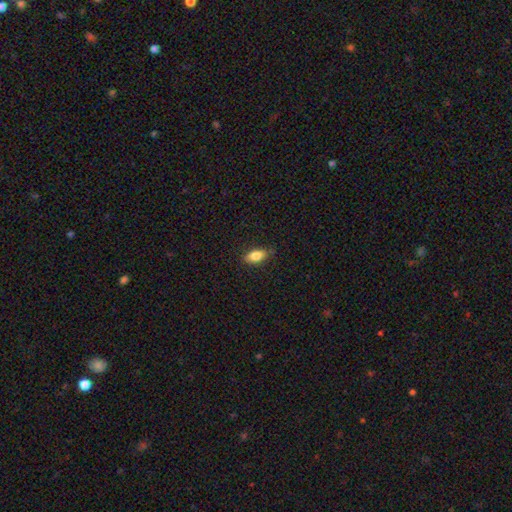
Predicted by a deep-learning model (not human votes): Q: Smooth or featured?
A: smooth (83%); runner-up: featured or disk (10%)
Q: How rounded?
A: in between (87%); runner-up: cigar-shaped (9%)
Q: Merging?
A: none (82%); runner-up: minor disturbance (14%)